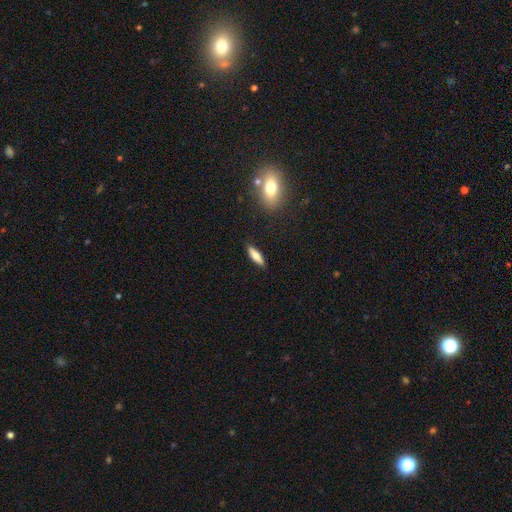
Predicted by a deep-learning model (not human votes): Smooth or featured: smooth — 67% (featured or disk — 26%)
How rounded: cigar-shaped — 61% (in between — 36%)
Merging: none — 86% (minor disturbance — 10%)